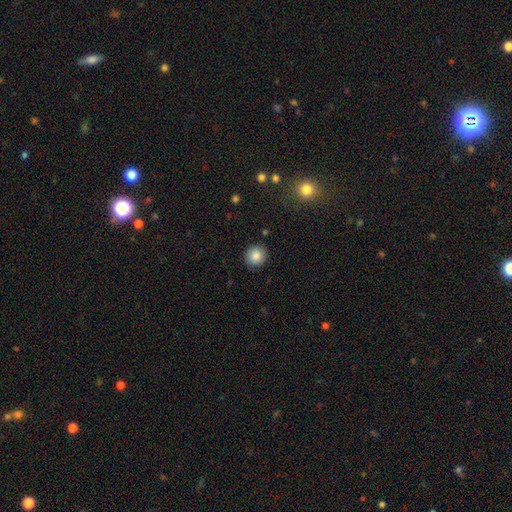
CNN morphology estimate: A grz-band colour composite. It shows a smooth galaxy with no disk features (86%) that is round (91%). Merging: none (88%).